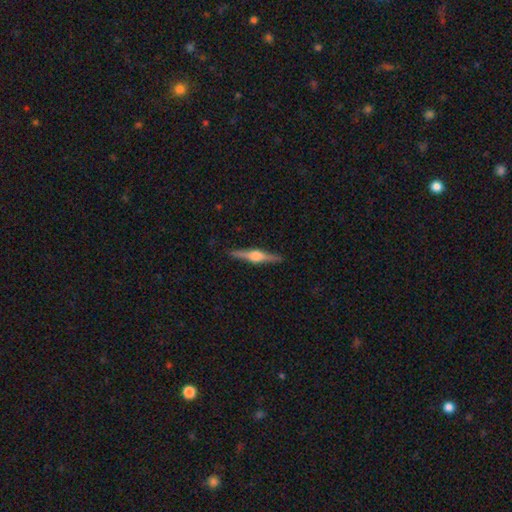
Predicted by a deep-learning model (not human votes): This appears to be a featured or disk galaxy (81%) viewed edge-on (98%) with a rounded central bulge (90%). Merging: none (91%).